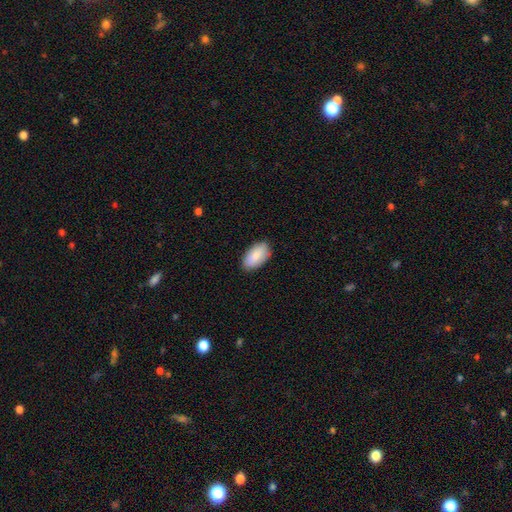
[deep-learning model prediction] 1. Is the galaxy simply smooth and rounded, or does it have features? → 86% smooth, 8% featured or disk, 6% star or artifact.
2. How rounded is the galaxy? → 95% in between, 3% cigar-shaped, 3% round.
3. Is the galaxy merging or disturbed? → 87% none, 10% minor disturbance, 2% major disturbance, 1% merger.